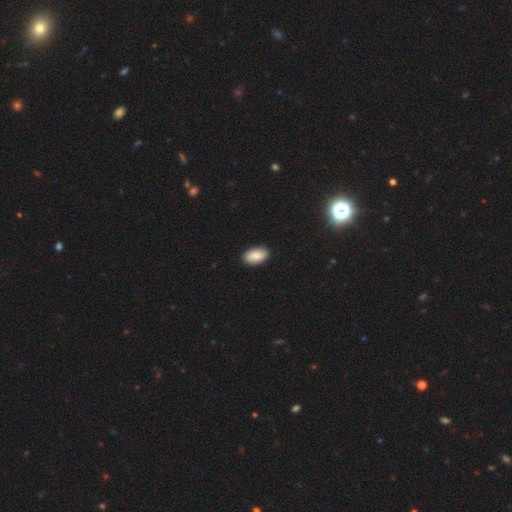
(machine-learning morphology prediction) smooth-or-featured: smooth: 80% | featured or disk: 13% | star or artifact: 7%
  how-rounded: in between: 94% | round: 4% | cigar-shaped: 2%
  merging: none: 89% | minor disturbance: 8% | major disturbance: 2% | merger: 1%